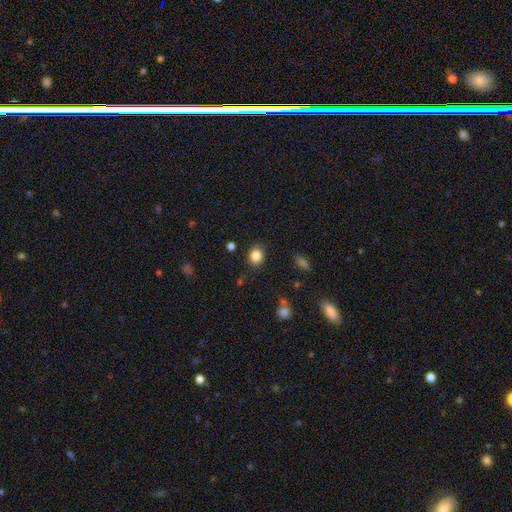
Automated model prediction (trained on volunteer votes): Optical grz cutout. It shows a smooth galaxy with no disk features (84%) that is round (67%). Merging: none (84%).